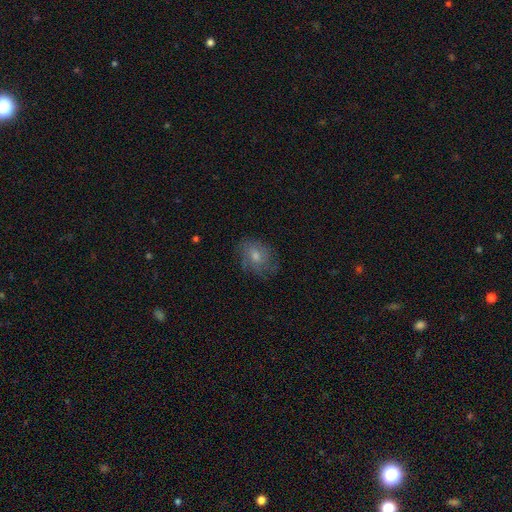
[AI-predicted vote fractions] Overall: smooth (43%, tied with featured or disk). Merging: none (73%).